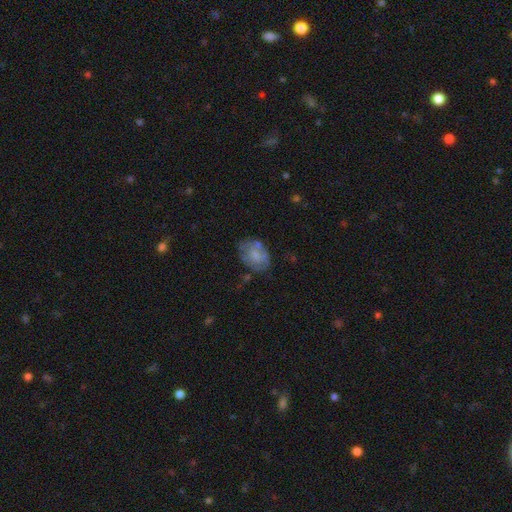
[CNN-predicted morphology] Q: Smooth or featured?
A: smooth (59%); runner-up: featured or disk (33%)
Q: How rounded?
A: in between (76%); runner-up: round (23%)
Q: Merging?
A: none (51%); runner-up: minor disturbance (26%)